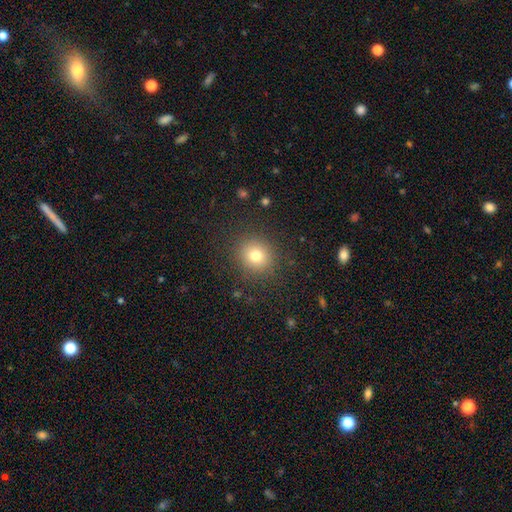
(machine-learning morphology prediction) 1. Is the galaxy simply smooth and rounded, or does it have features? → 77% smooth, 14% star or artifact, 9% featured or disk.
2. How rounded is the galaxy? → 88% round, 11% in between, 1% cigar-shaped.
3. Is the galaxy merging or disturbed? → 88% none, 7% minor disturbance, 4% major disturbance, 1% merger.